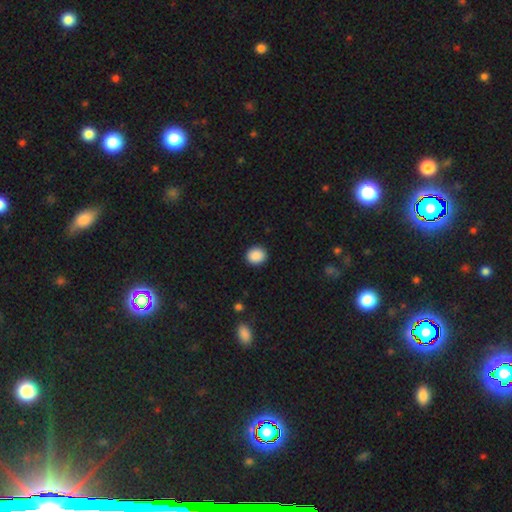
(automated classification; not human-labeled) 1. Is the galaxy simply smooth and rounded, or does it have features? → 89% smooth, 8% star or artifact, 2% featured or disk.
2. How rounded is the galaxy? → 78% round, 21% in between, 1% cigar-shaped.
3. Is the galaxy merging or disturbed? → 91% none, 6% minor disturbance, 2% major disturbance, 1% merger.